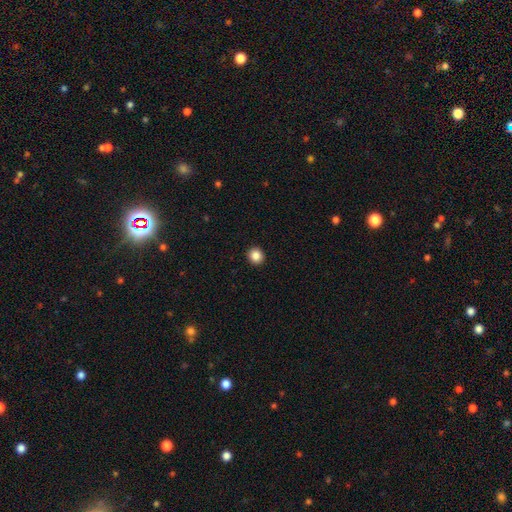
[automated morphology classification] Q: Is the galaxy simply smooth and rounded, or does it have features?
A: smooth — 86%.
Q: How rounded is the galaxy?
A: round — 90%.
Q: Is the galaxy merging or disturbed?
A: none — 93%.